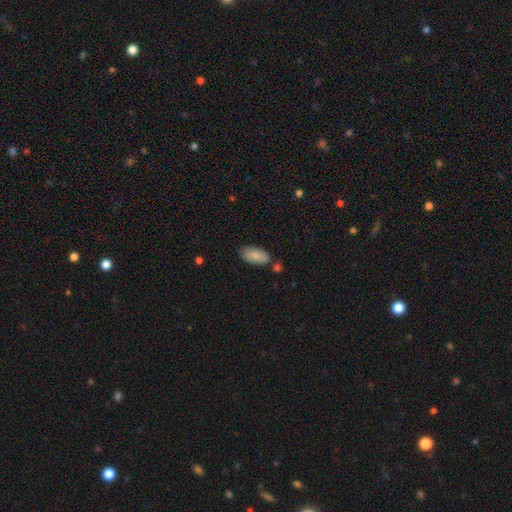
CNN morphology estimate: This appears to be a smooth galaxy with no disk features (84%) that is in between round and cigar-shaped (91%). Merging: none (73%).